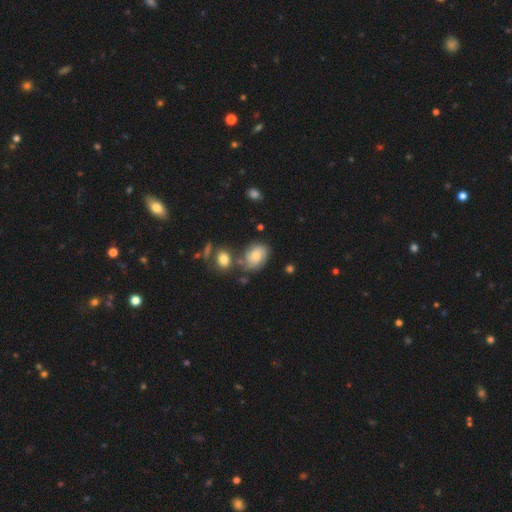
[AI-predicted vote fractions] smooth_or_featured: smooth (p=0.46) [alt: featured or disk p=0.44]
merging: none (p=0.58) [alt: minor disturbance p=0.22]